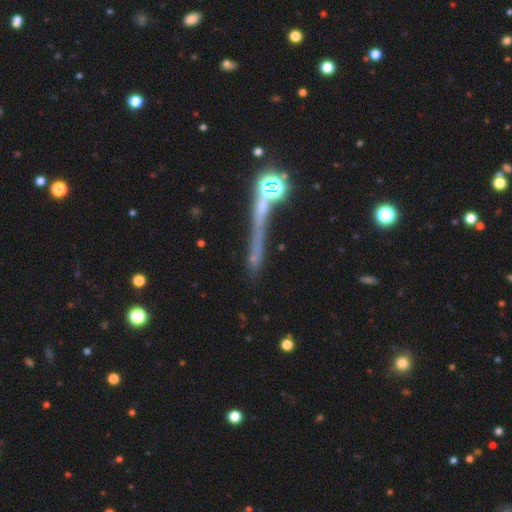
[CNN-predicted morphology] Overall: star or artifact (40%; smooth 33%).